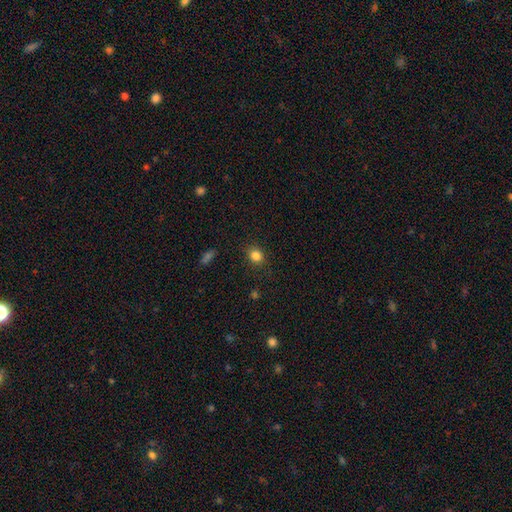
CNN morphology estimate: smooth-or-featured: smooth: 83% | star or artifact: 12% | featured or disk: 5%
  how-rounded: round: 64% | in between: 35% | cigar-shaped: 1%
  merging: none: 86% | minor disturbance: 10% | major disturbance: 3% | merger: 1%